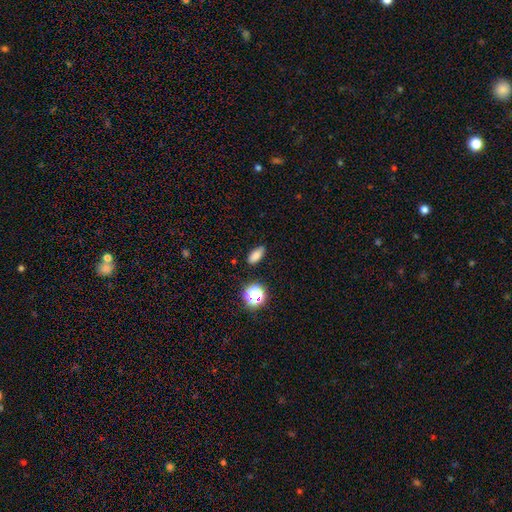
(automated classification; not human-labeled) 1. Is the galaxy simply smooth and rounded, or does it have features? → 79% smooth, 15% star or artifact, 7% featured or disk.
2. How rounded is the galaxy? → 79% in between, 13% cigar-shaped, 8% round.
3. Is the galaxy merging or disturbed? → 83% none, 12% minor disturbance, 3% major disturbance, 2% merger.